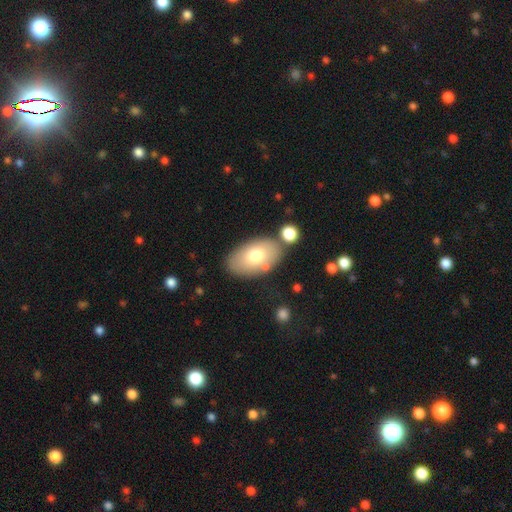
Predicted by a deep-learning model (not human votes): Smooth or featured? smooth (71%)
How rounded? in between (92%)
Merging? none (74%)